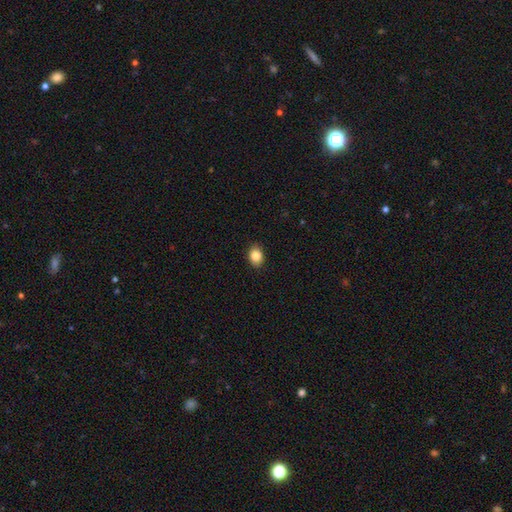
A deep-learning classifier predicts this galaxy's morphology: Smooth or featured: smooth — 87% (star or artifact — 9%)
How rounded: in between — 63% (round — 36%)
Merging: none — 89% (minor disturbance — 8%)